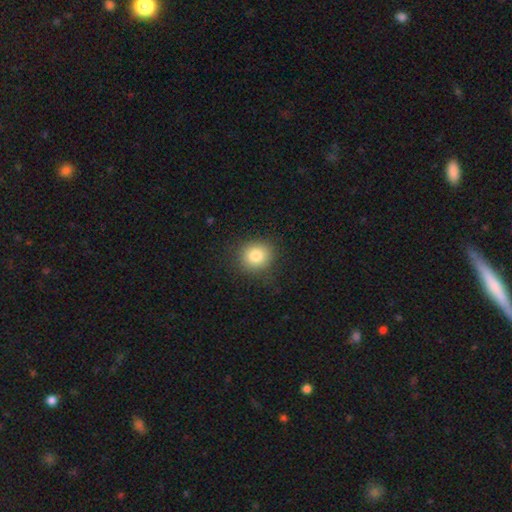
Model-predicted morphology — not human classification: Smooth or featured? smooth (82%)
How rounded? round (84%)
Merging? none (86%)